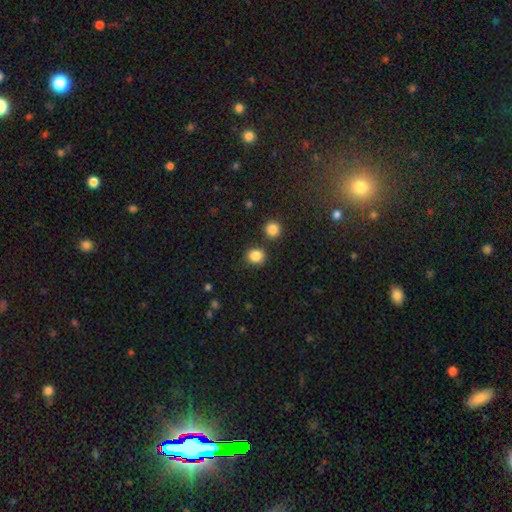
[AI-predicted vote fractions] smooth_or_featured: smooth (p=0.86) [alt: star or artifact p=0.11]
how_rounded: round (p=0.76) [alt: in between p=0.23]
merging: none (p=0.82) [alt: minor disturbance p=0.09]